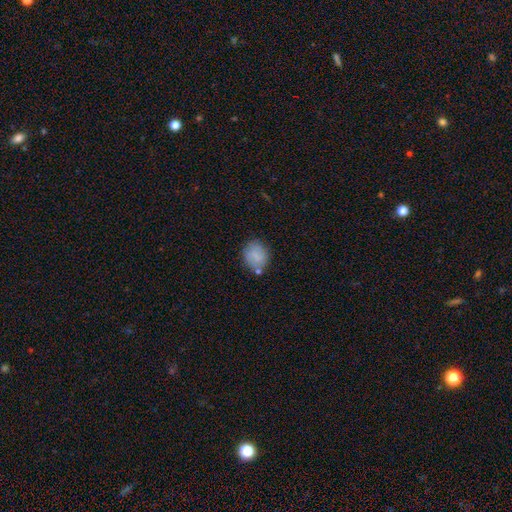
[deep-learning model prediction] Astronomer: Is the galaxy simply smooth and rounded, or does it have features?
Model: smooth — 79%.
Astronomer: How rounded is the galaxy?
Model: round — 59% (runner-up: in between, 39%).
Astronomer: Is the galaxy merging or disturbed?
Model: none — 71%.